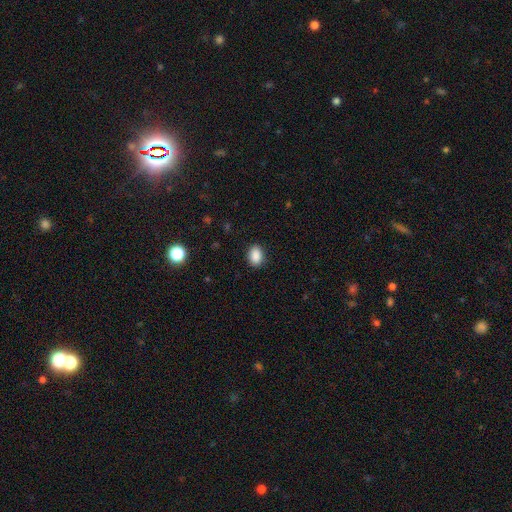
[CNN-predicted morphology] smooth 88%, star or artifact 9%, featured or disk 3%. Down the decision tree: how rounded — in between (77%); merging — none (89%).